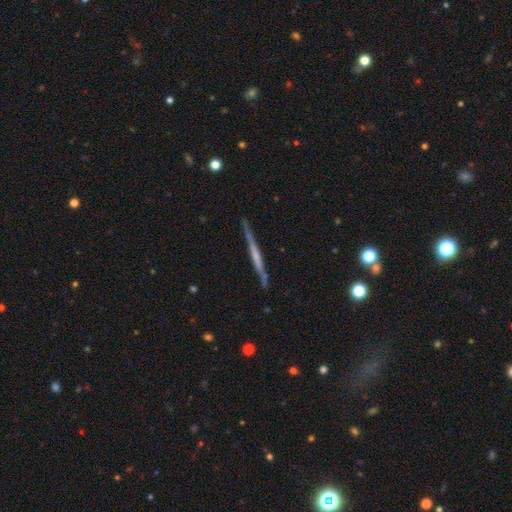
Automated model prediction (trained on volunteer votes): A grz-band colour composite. It shows a featured or disk galaxy (65%) viewed edge-on (97%) with no central bulge (65%). Merging: none (85%).